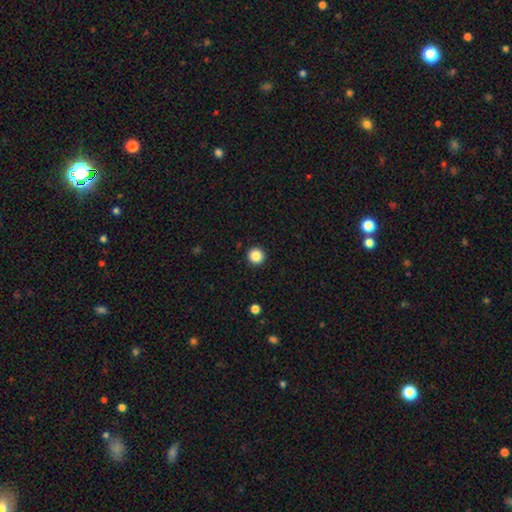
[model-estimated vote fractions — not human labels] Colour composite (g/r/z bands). It shows a smooth galaxy with no disk features (86%) that is round (96%). Merging: none (93%).